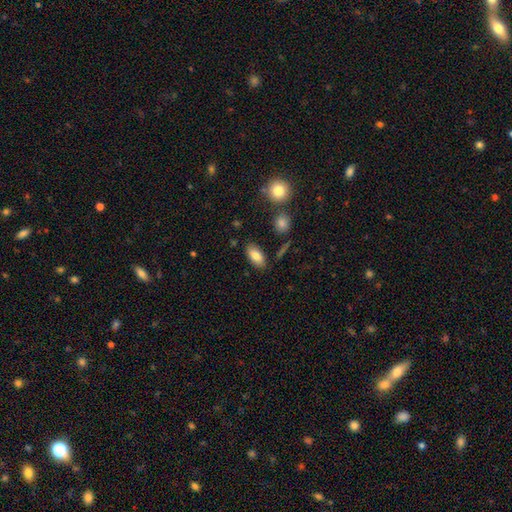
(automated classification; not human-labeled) smooth_or_featured: smooth (p=0.82) [alt: featured or disk p=0.11]
how_rounded: in between (p=0.91) [alt: cigar-shaped p=0.06]
merging: none (p=0.84) [alt: minor disturbance p=0.11]